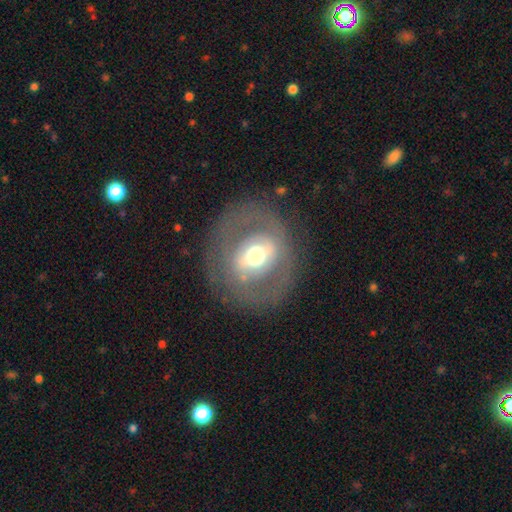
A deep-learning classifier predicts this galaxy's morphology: smooth_or_featured: featured or disk (p=0.61) [alt: smooth p=0.31]
disk_edge_on: no (p=0.92) [alt: yes p=0.08]
bar: strong (p=0.39) [alt: no p=0.32]
has_spiral_arms: no (p=0.78) [alt: yes p=0.22]
bulge_size: moderate (p=0.58) [alt: large p=0.30]
merging: none (p=0.77) [alt: minor disturbance p=0.11]